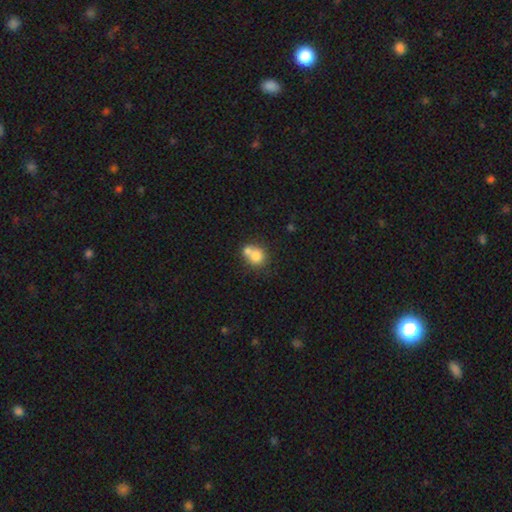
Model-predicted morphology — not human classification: Smooth or featured? Predicted: smooth (p=0.76). How rounded? Predicted: round (p=0.78). Merging? Predicted: merger (p=0.53).